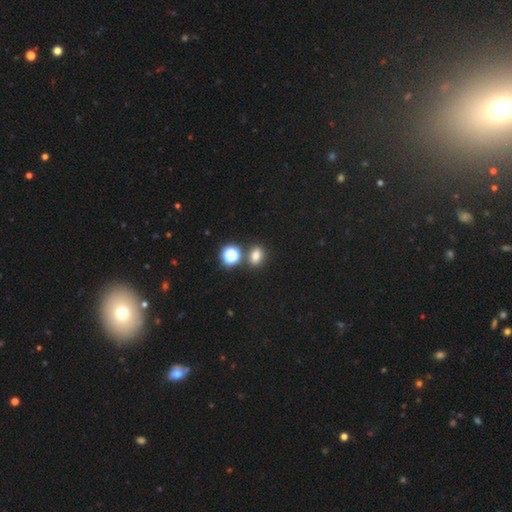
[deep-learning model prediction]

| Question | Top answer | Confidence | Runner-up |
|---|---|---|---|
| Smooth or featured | smooth | 76% | star or artifact (18%) |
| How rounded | in between | 60% | round (38%) |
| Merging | none | 75% | merger (12%) |